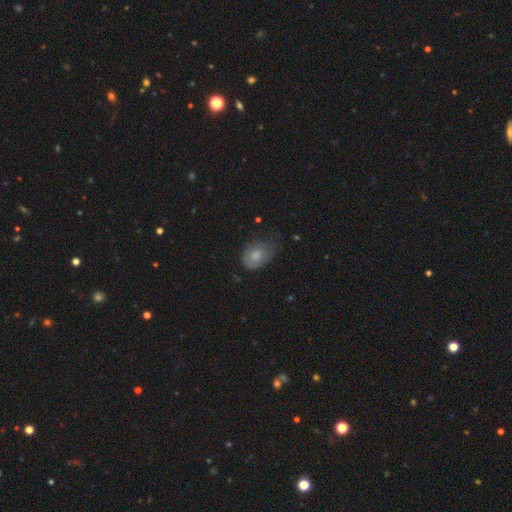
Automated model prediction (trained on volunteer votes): Smooth or featured: smooth — 73% (featured or disk — 19%)
How rounded: in between — 71% (round — 27%)
Merging: none — 42% (minor disturbance — 39%)